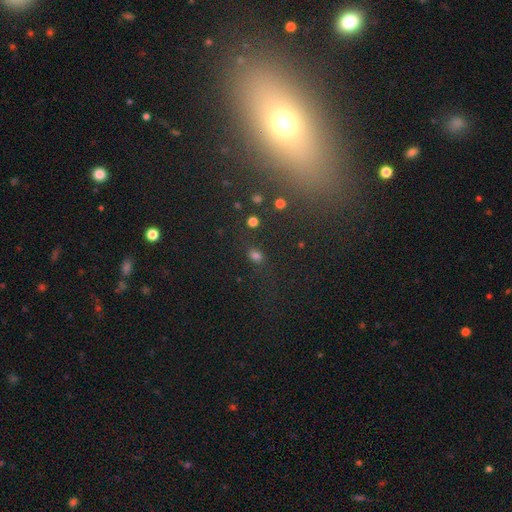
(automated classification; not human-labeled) The model was most divided on "how rounded": in between: 59%, round: 38%, cigar-shaped: 3%. More confident: merging — none (75%); smooth or featured — smooth (67%).